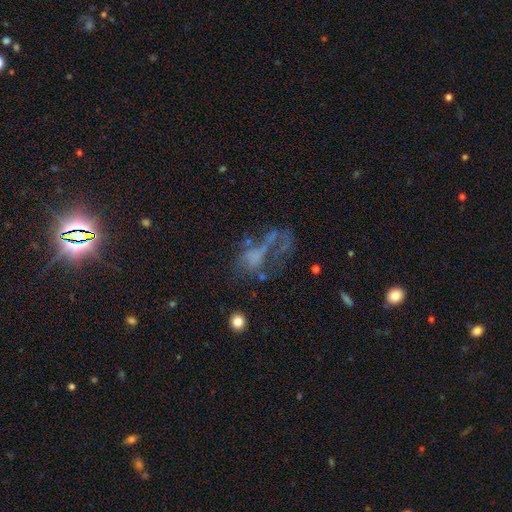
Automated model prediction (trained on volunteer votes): A featured or disk galaxy (49%). Merging: major disturbance (49%).